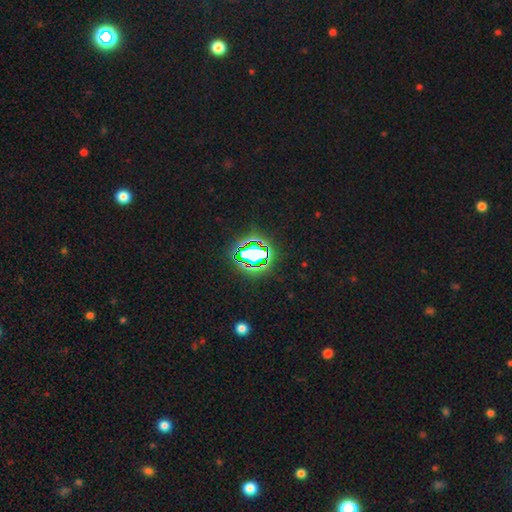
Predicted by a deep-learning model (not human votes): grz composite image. It shows a star or artifact, not a galaxy (68%).